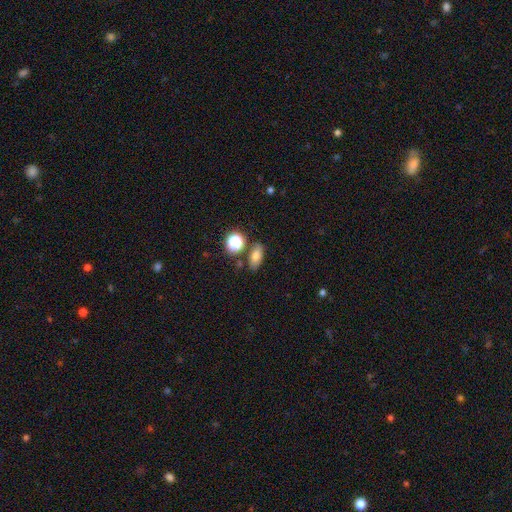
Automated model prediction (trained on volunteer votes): Morphology: type=smooth (70%); roundness=in between (76%); merging=none (77%).